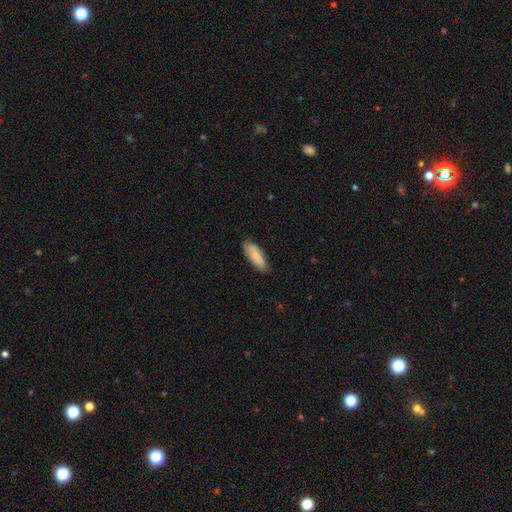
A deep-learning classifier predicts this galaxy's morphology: A smooth galaxy with no disk features (80%) that is in between round and cigar-shaped (63%). Merging: none (77%).